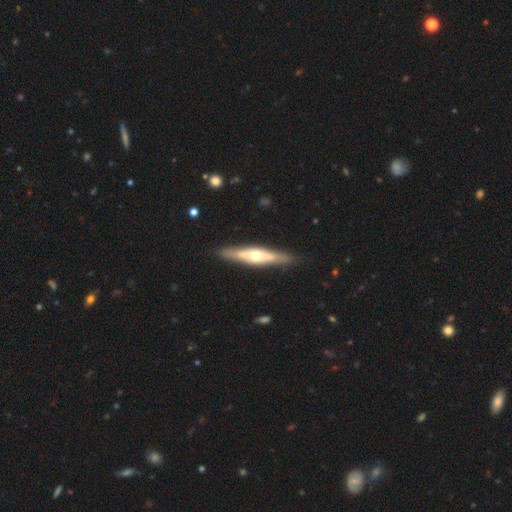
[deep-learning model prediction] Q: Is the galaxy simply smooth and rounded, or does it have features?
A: featured or disk — 66%.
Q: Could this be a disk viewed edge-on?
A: yes — 89%.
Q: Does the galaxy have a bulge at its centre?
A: rounded — 88%.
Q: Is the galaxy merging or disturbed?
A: none — 86%.